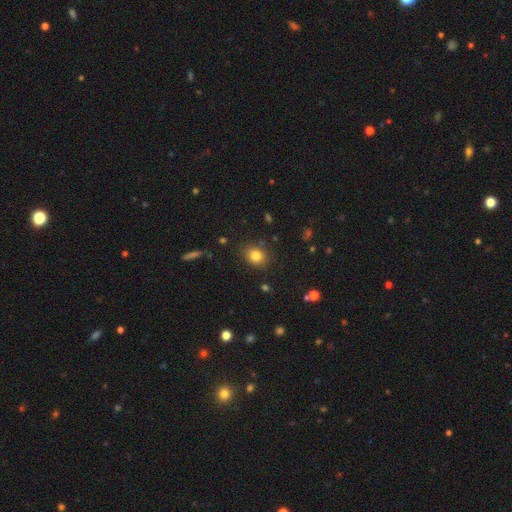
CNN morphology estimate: smooth_or_featured: smooth (p=0.82) [alt: star or artifact p=0.12]
how_rounded: round (p=0.54) [alt: in between p=0.45]
merging: none (p=0.83) [alt: minor disturbance p=0.11]